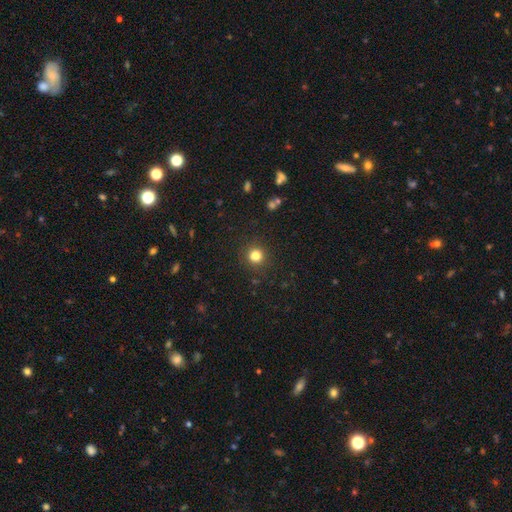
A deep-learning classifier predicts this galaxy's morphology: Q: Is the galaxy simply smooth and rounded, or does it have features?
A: smooth — 81%.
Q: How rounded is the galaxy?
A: round — 93%.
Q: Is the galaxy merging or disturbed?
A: none — 89%.